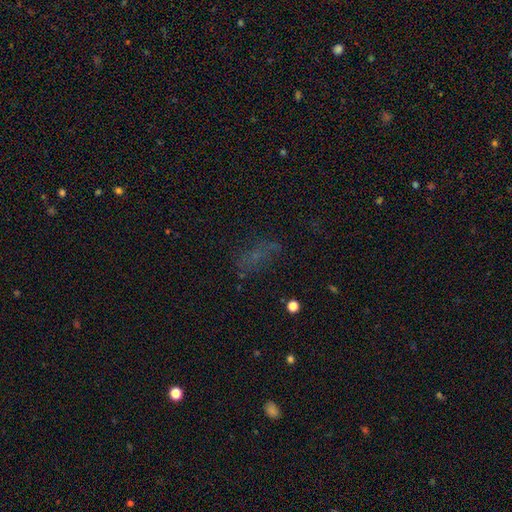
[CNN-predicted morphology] smooth_or_featured: smooth (p=0.43) [alt: star or artifact p=0.32]
merging: none (p=0.54) [alt: minor disturbance p=0.21]